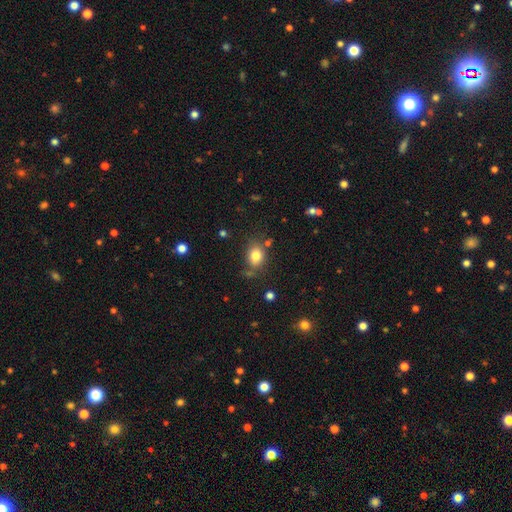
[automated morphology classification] Smooth or featured? Predicted: smooth (p=0.80). How rounded? Predicted: in between (p=0.52). Merging? Predicted: none (p=0.72).